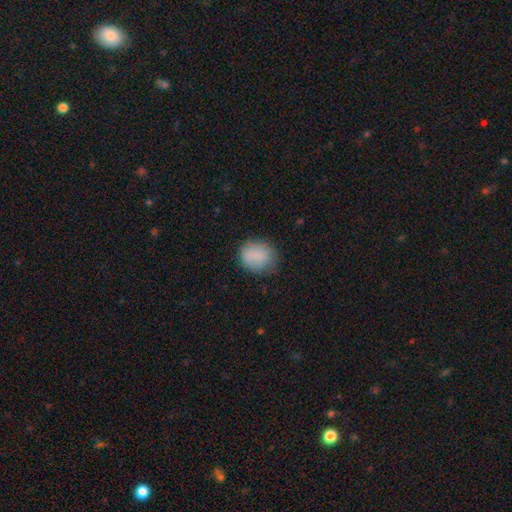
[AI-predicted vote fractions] Smooth or featured? Predicted: smooth (p=0.84). How rounded? Predicted: round (p=0.60). Merging? Predicted: none (p=0.72).